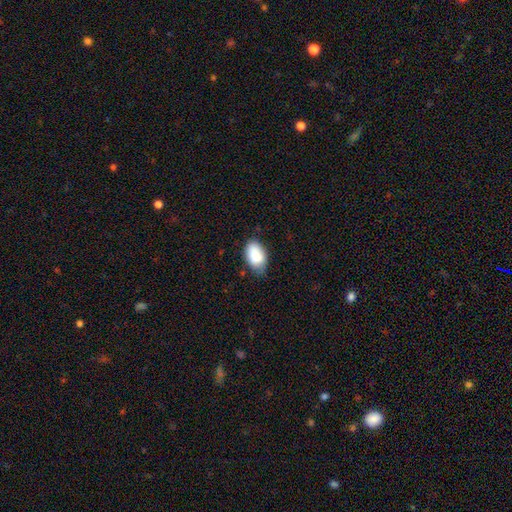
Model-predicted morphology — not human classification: Smooth or featured? smooth (83%)
How rounded? in between (92%)
Merging? none (66%)